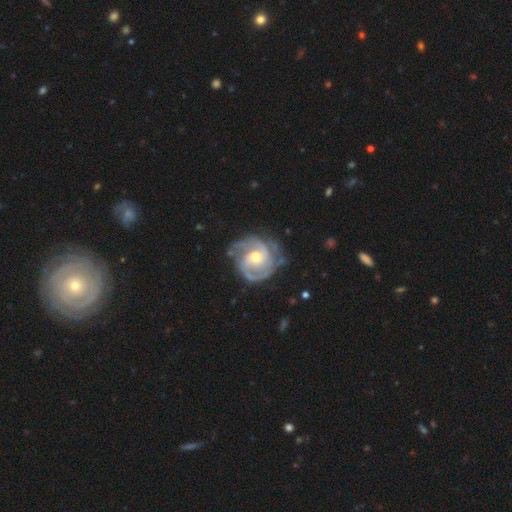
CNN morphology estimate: Smooth or featured? Predicted: featured or disk (p=0.89). Edge-on disk? Predicted: no (p=0.98). Bar? Predicted: no (p=0.56). Spiral arms? Predicted: yes (p=0.97). Spiral winding? Predicted: tight (p=0.49). Spiral arm count? Predicted: 2 (p=0.49). Bulge size? Predicted: moderate (p=0.65). Merging? Predicted: none (p=0.68).